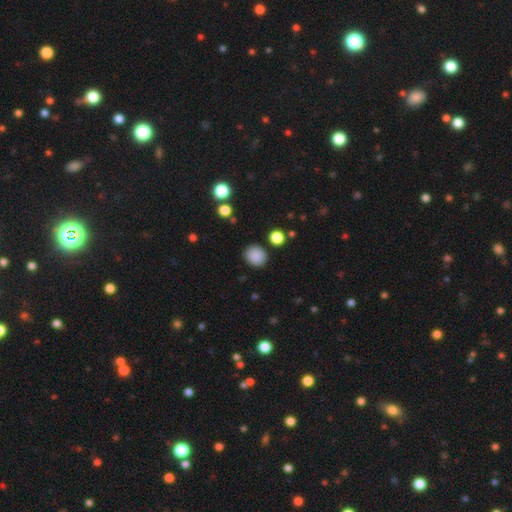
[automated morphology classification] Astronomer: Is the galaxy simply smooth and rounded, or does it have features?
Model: smooth — 87%.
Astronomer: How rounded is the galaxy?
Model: round — 77%.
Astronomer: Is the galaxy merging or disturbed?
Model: none — 87%.